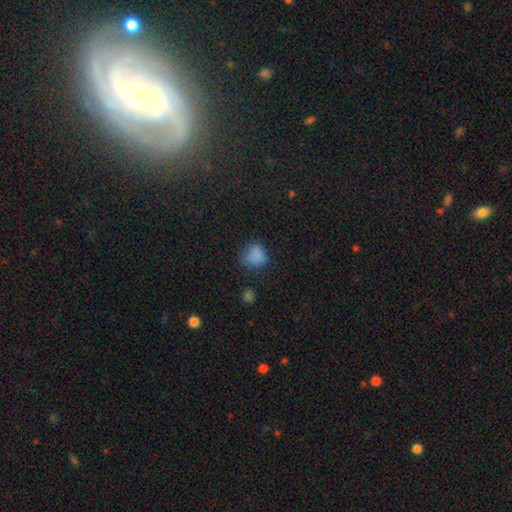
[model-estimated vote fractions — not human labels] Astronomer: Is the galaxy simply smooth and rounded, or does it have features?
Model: smooth — 79%.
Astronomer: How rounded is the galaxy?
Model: round — 67%.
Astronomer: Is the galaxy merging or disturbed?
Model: none — 58%.